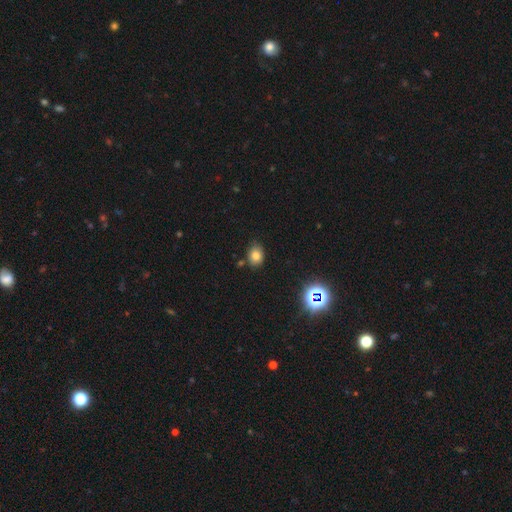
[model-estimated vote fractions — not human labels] Overall: smooth (77%). How rounded: in between (60%; round 39%). Merging: none (75%).